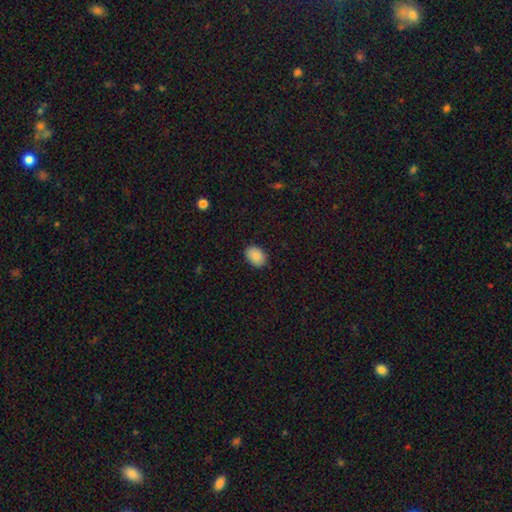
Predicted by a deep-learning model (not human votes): smooth_or_featured: smooth (p=0.88) [alt: star or artifact p=0.07]
how_rounded: in between (p=0.75) [alt: round p=0.24]
merging: none (p=0.88) [alt: minor disturbance p=0.09]